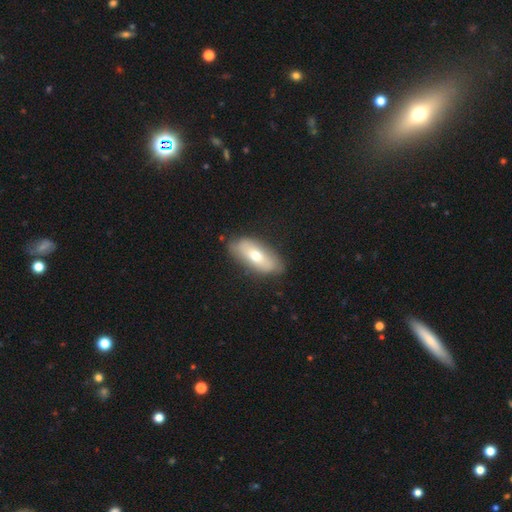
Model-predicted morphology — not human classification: Overall: smooth (60%; featured or disk 34%). How rounded: in between (82%). Merging: none (78%).